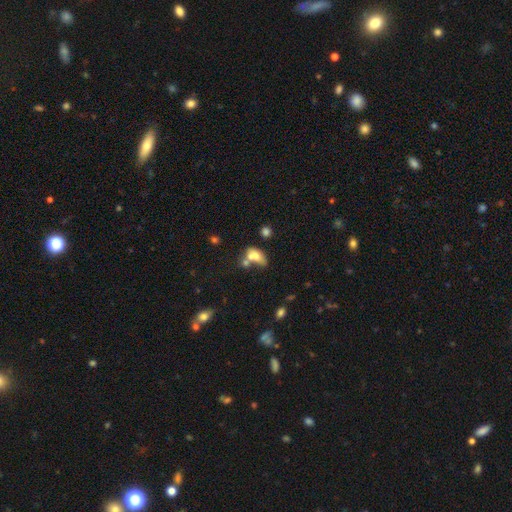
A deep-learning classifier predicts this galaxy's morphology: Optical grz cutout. It shows a smooth galaxy with no disk features (69%) that is in between round and cigar-shaped (82%). Merging: merger (49%).